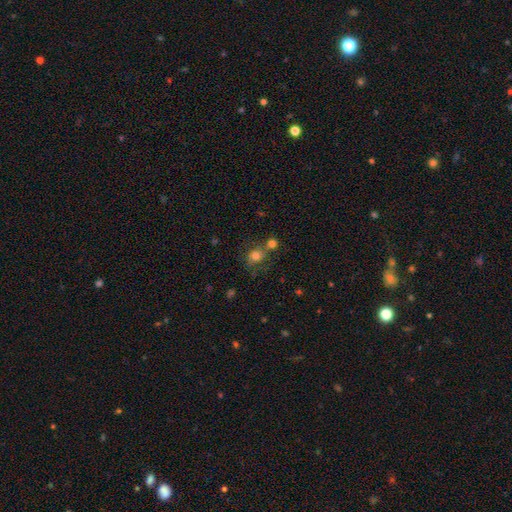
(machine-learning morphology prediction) Smooth or featured? smooth (72%)
How rounded? round (73%)
Merging? none (50%)